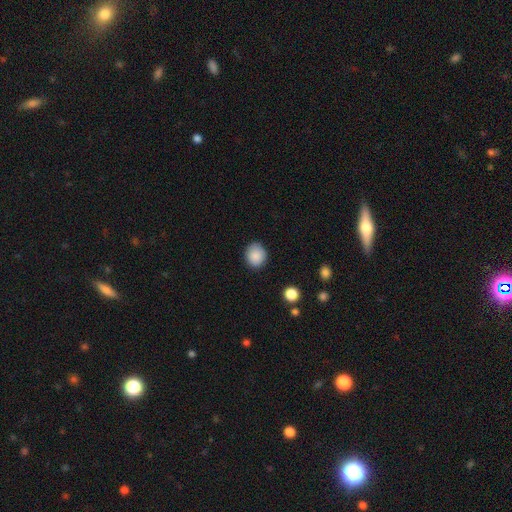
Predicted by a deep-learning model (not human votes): smooth_or_featured: smooth (p=0.88) [alt: star or artifact p=0.08]
how_rounded: round (p=0.74) [alt: in between p=0.25]
merging: none (p=0.86) [alt: minor disturbance p=0.10]